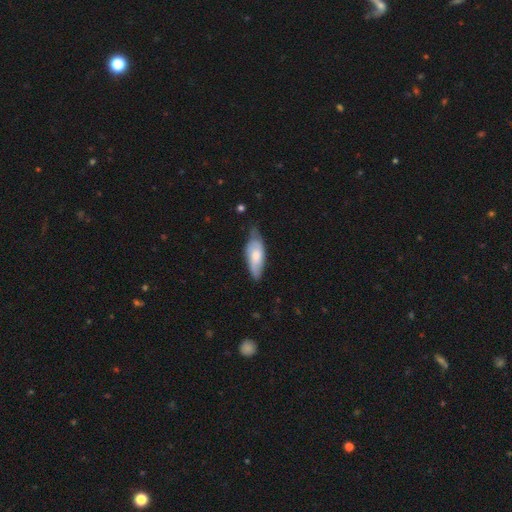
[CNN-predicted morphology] A smooth galaxy with no disk features (62%) that is in between round and cigar-shaped (75%). Merging: none (51%).